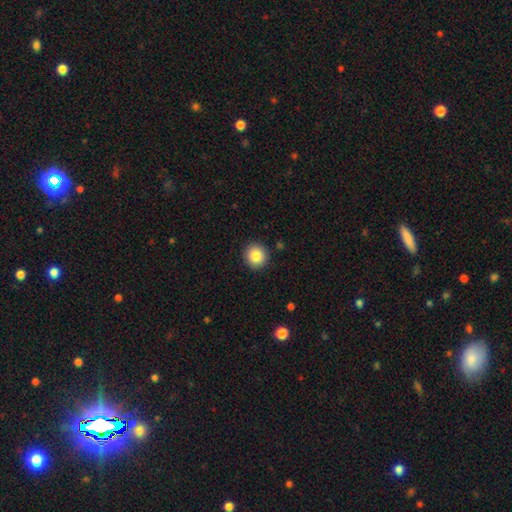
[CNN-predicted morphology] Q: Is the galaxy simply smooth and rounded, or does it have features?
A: smooth — 85%.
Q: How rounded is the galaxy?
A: round — 93%.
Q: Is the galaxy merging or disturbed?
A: none — 91%.